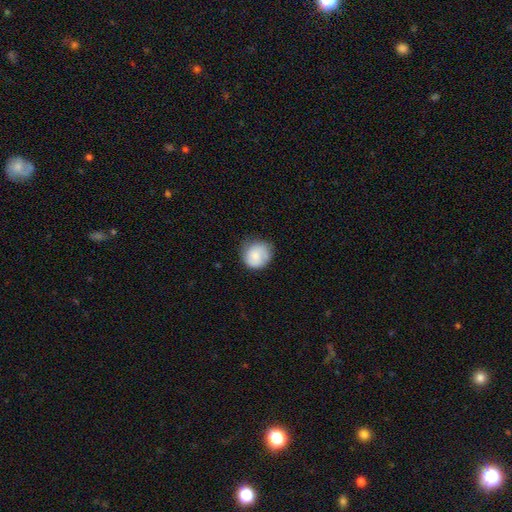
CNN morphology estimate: The model was most divided on "merging": none: 70%, minor disturbance: 23%, major disturbance: 5%, merger: 1%. More confident: how rounded — round (84%); smooth or featured — smooth (78%).